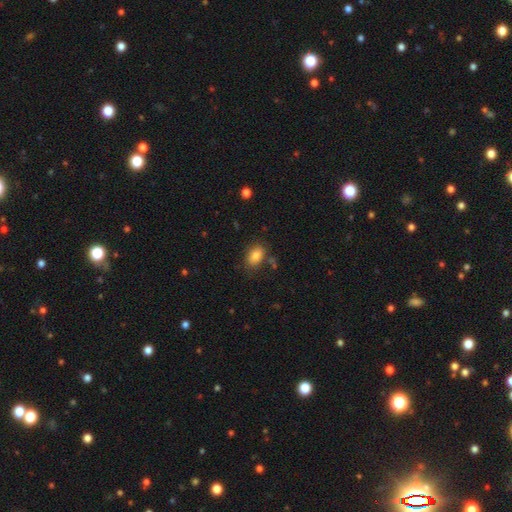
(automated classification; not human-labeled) This is clearly a smooth galaxy (81%). How rounded: clearly in between (84%). Merging: likely none (74%).